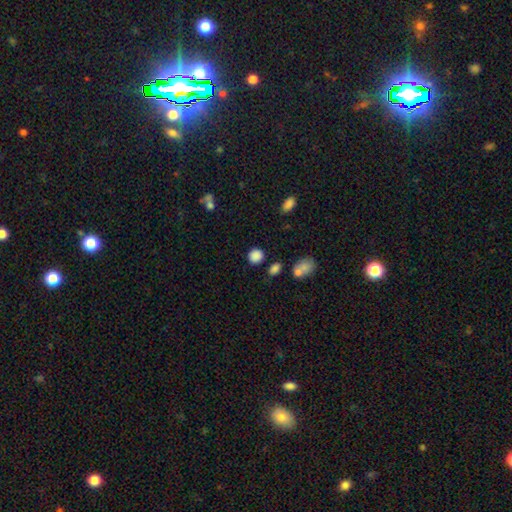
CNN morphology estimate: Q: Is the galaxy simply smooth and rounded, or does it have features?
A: smooth — 85%.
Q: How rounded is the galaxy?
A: round — 84%.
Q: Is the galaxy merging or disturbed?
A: none — 83%.